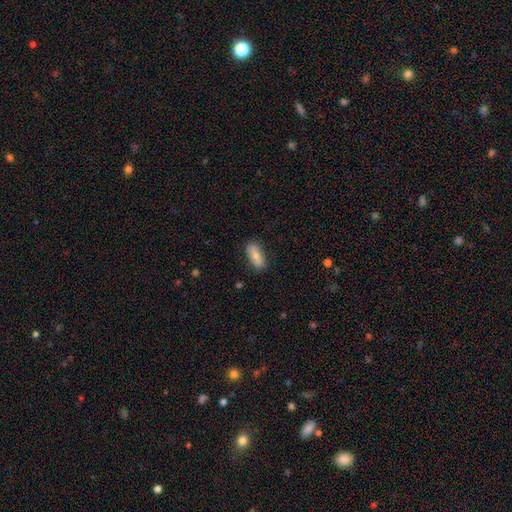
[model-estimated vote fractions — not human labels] smooth-or-featured: smooth: 72% | featured or disk: 22% | star or artifact: 6%
  how-rounded: in between: 73% | cigar-shaped: 24% | round: 3%
  merging: none: 82% | minor disturbance: 13% | major disturbance: 3% | merger: 2%